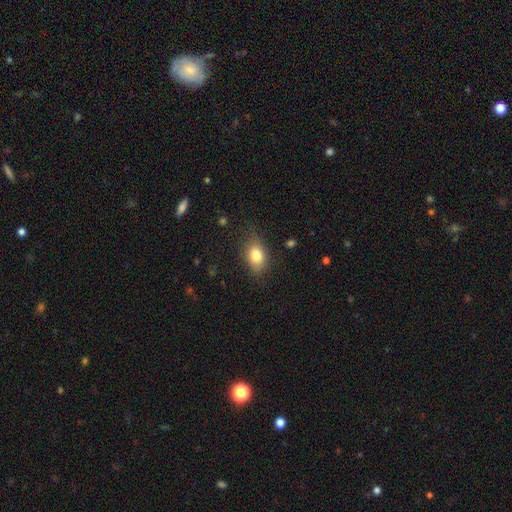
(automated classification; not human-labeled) Overall: smooth (80%). How rounded: in between (81%). Merging: none (79%).